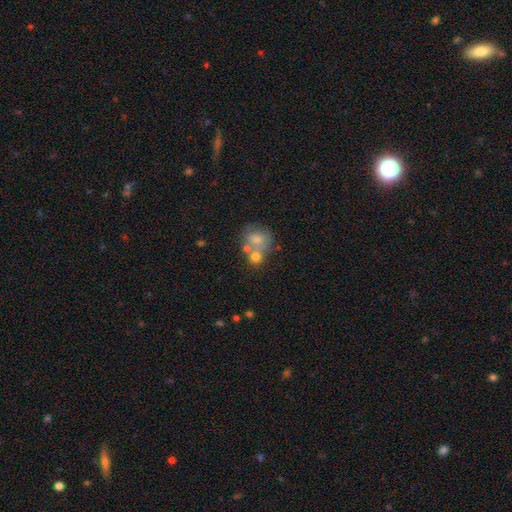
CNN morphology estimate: smooth-or-featured: smooth: 60% | featured or disk: 25% | star or artifact: 15%
  how-rounded: round: 72% | in between: 27% | cigar-shaped: 1%
  merging: merger: 43% | none: 39% | minor disturbance: 11% | major disturbance: 7%